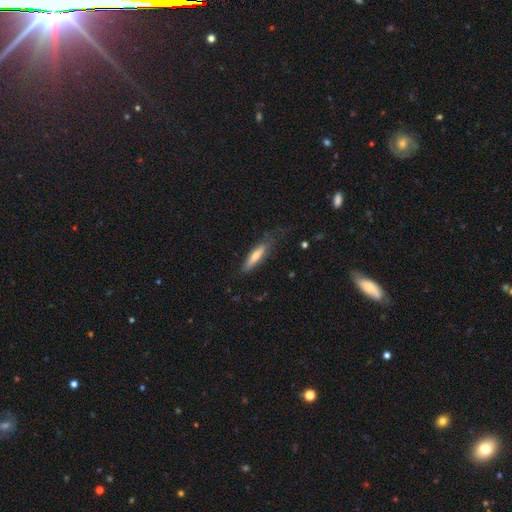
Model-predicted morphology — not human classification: Q: Smooth or featured?
A: smooth (59%); runner-up: featured or disk (34%)
Q: How rounded?
A: cigar-shaped (80%); runner-up: in between (18%)
Q: Merging?
A: none (66%); runner-up: minor disturbance (24%)